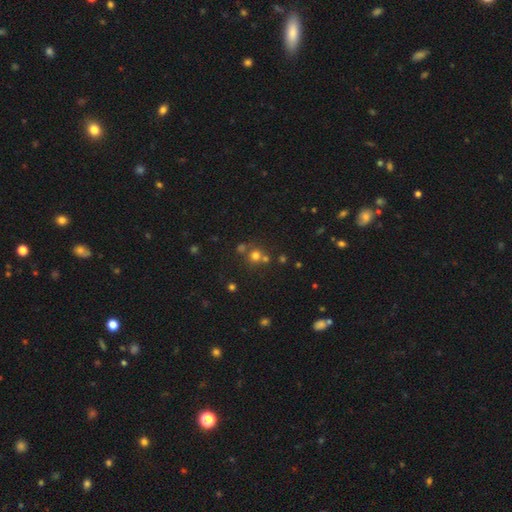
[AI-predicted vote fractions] A smooth galaxy with no disk features (64%) that is round (90%). Merging: none (61%).